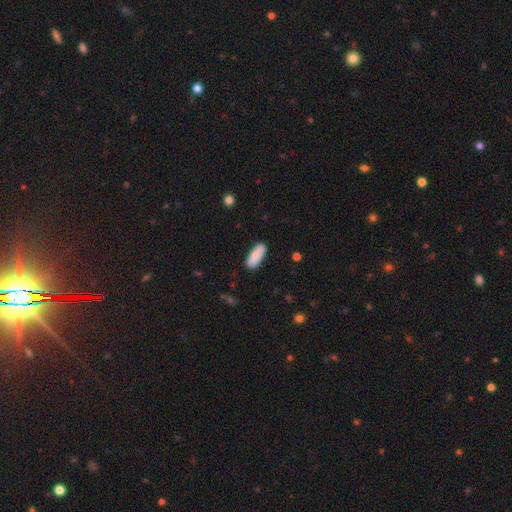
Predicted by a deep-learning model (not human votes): Overall: smooth (83%). How rounded: in between (74%). Merging: none (85%).